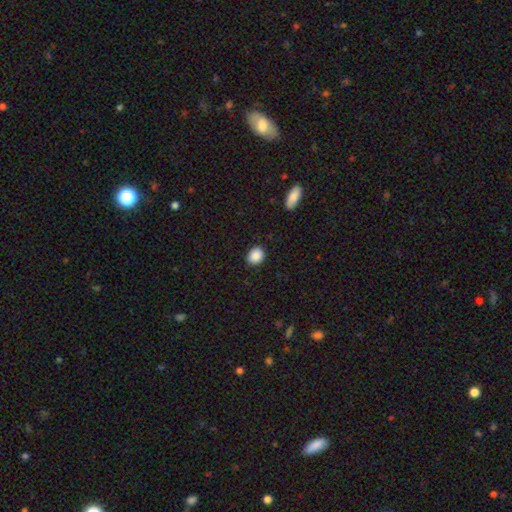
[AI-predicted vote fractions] Smooth or featured? Predicted: smooth (p=0.89). How rounded? Predicted: round (p=0.61). Merging? Predicted: none (p=0.89).